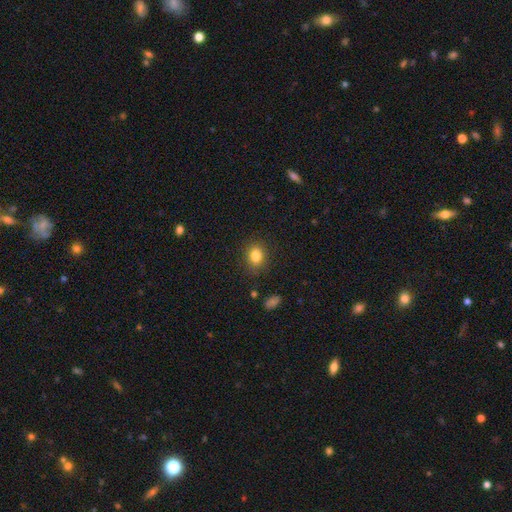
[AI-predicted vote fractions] Q: Smooth or featured?
A: smooth (82%); runner-up: star or artifact (11%)
Q: How rounded?
A: round (55%); runner-up: in between (44%)
Q: Merging?
A: none (86%); runner-up: minor disturbance (10%)